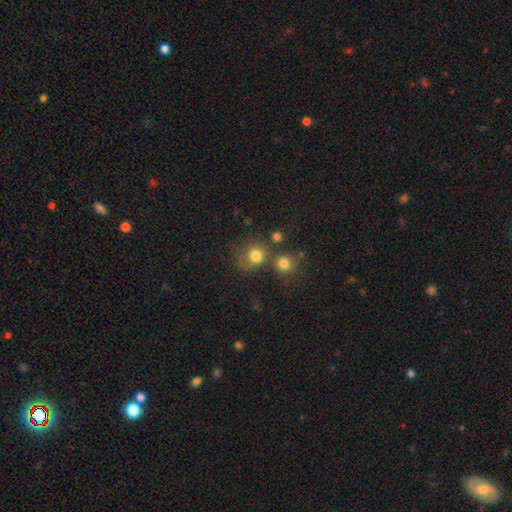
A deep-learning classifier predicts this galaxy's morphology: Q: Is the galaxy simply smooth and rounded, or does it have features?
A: smooth — 78%.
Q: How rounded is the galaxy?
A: round — 83%.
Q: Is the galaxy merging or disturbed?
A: none — 56%.